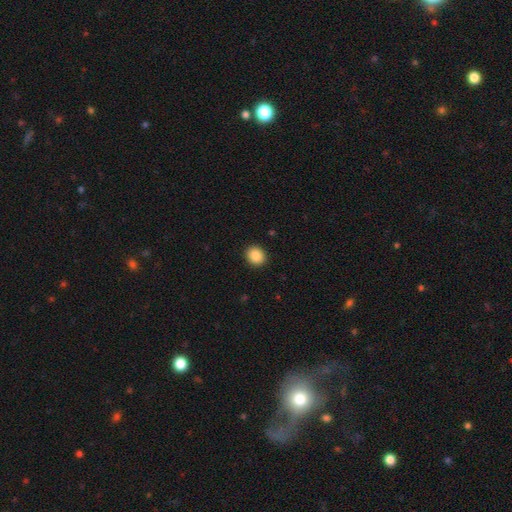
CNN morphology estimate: Smooth or featured? smooth (89%)
How rounded? round (74%)
Merging? none (91%)